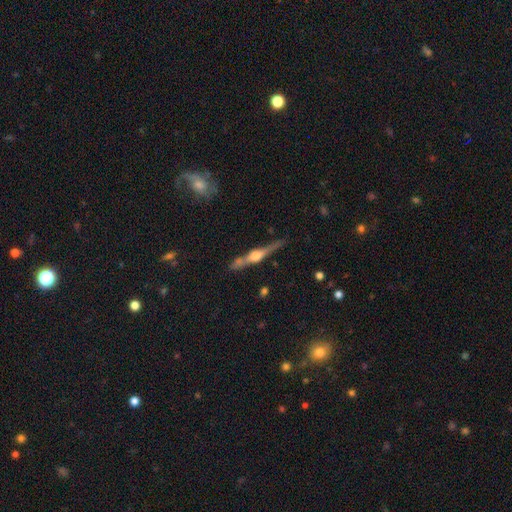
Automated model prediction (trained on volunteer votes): featured or disk 78%, smooth 16%, star or artifact 6%. Down the decision tree: edge-on disk — yes (98%); edge-on bulge — rounded (91%); merging — none (80%).